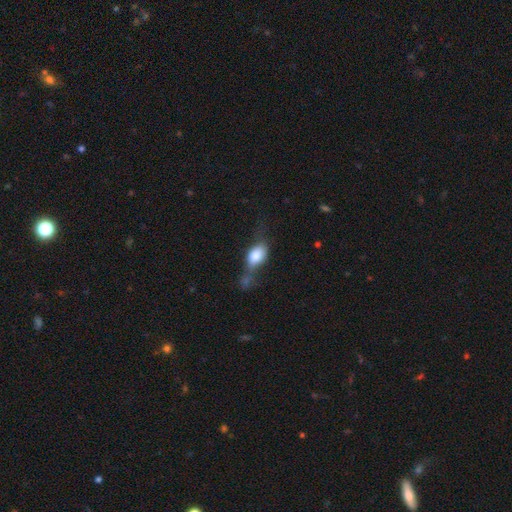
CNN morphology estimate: smooth-or-featured: smooth: 73% | featured or disk: 19% | star or artifact: 8%
  how-rounded: in between: 80% | round: 15% | cigar-shaped: 5%
  merging: none: 29% | major disturbance: 26% | minor disturbance: 25% | merger: 20%